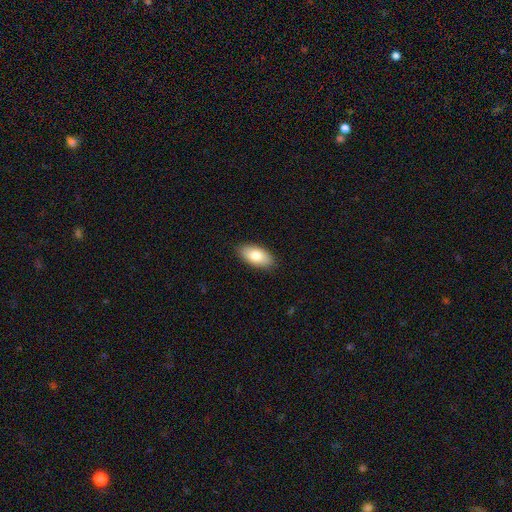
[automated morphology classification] Smooth or featured? smooth (82%)
How rounded? in between (93%)
Merging? none (88%)